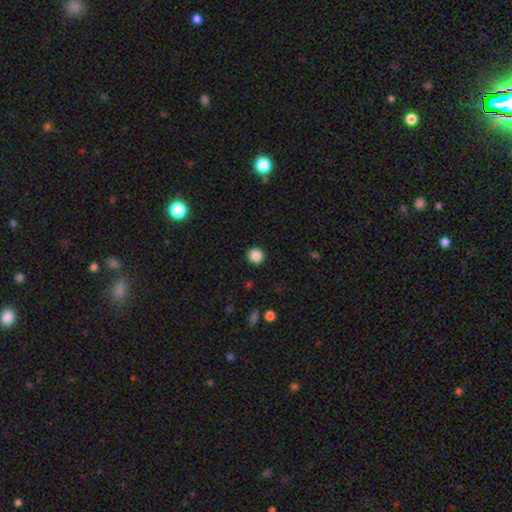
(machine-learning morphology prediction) This appears to be a smooth galaxy with no disk features (87%) that is round (94%). Merging: none (92%).